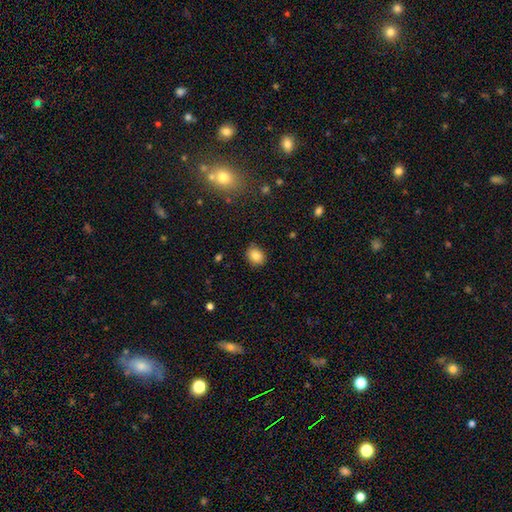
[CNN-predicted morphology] The model was most divided on "how rounded": round: 60%, in between: 39%, cigar-shaped: 1%. More confident: smooth or featured — smooth (84%); merging — none (84%).